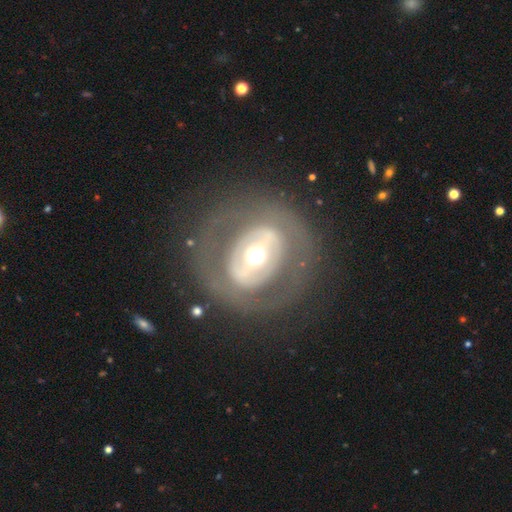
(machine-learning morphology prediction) Q: Smooth or featured?
A: featured or disk (69%); runner-up: smooth (24%)
Q: Edge-on disk?
A: no (93%); runner-up: yes (7%)
Q: Bar?
A: strong (39%); runner-up: no (37%)
Q: Spiral arms?
A: no (75%); runner-up: yes (25%)
Q: Bulge size?
A: moderate (65%); runner-up: large (20%)
Q: Merging?
A: none (76%); runner-up: major disturbance (12%)